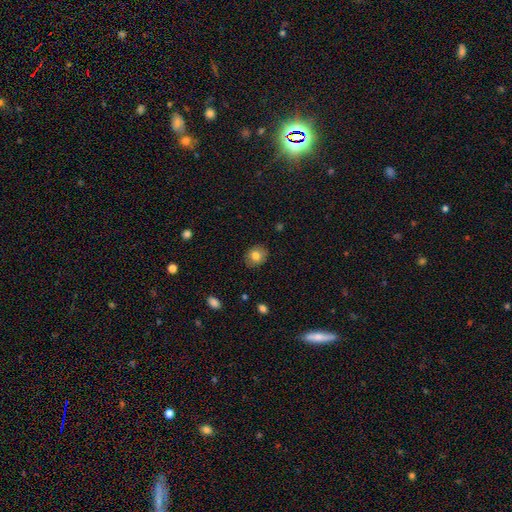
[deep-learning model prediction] This appears to be a smooth galaxy with no disk features (79%) that is round (66%). Merging: none (87%).